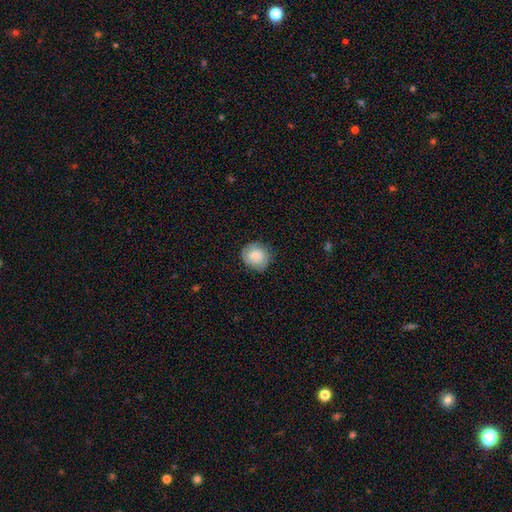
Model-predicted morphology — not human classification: This appears to be a smooth galaxy with no disk features (65%) that is round (82%). Merging: none (77%).